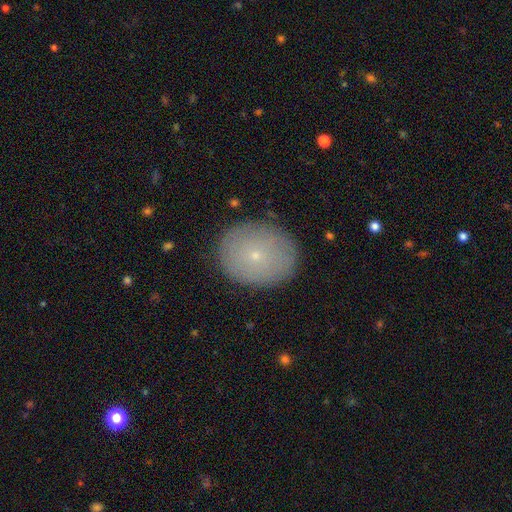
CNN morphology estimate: This appears to be a smooth galaxy with no disk features (65%) that is round (51%). Merging: none (85%).